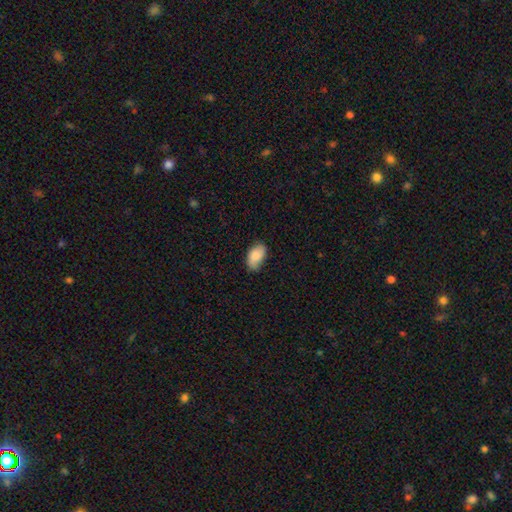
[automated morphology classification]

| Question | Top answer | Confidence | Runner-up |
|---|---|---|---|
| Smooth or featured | smooth | 83% | featured or disk (10%) |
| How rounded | in between | 93% | round (5%) |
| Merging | none | 65% | minor disturbance (29%) |